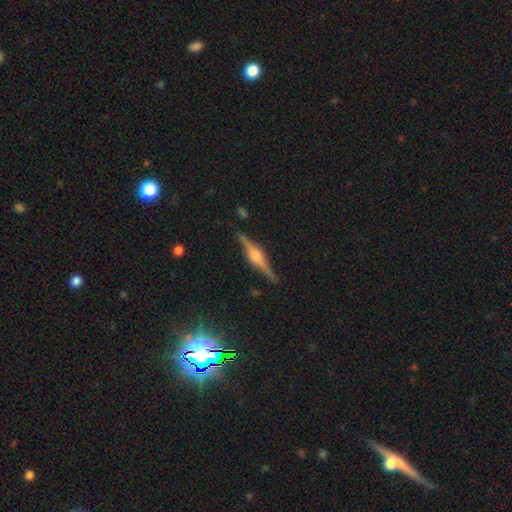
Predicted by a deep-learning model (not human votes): The model was most divided on "smooth or featured": featured or disk: 82%, smooth: 11%, star or artifact: 7%. More confident: edge-on disk — yes (98%); merging — none (89%); edge-on bulge — rounded (86%).